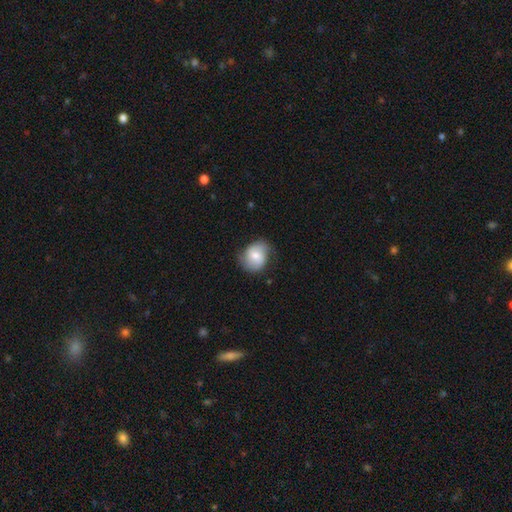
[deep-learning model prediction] Morphology: type=smooth (58%); roundness=round (62%); merging=none (64%).